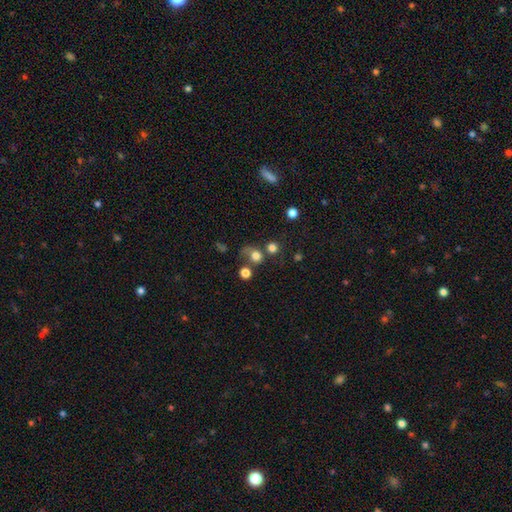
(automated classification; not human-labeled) A smooth galaxy with no disk features (74%) that is round (79%). Merging: none (45%).